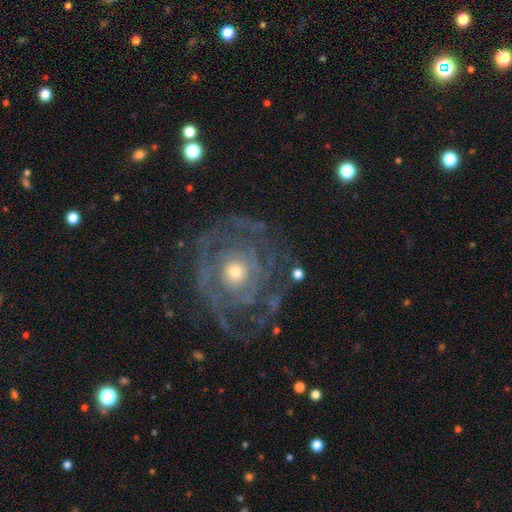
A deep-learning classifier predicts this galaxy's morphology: Q: Smooth or featured?
A: featured or disk (78%); runner-up: smooth (11%)
Q: Edge-on disk?
A: no (96%); runner-up: yes (4%)
Q: Bar?
A: no (81%); runner-up: weak (14%)
Q: Spiral arms?
A: yes (82%); runner-up: no (18%)
Q: Spiral winding?
A: tight (74%); runner-up: medium (20%)
Q: Spiral arm count?
A: can't tell (42%); runner-up: 2 (19%)
Q: Bulge size?
A: moderate (50%); runner-up: small (42%)
Q: Merging?
A: none (75%); runner-up: minor disturbance (14%)